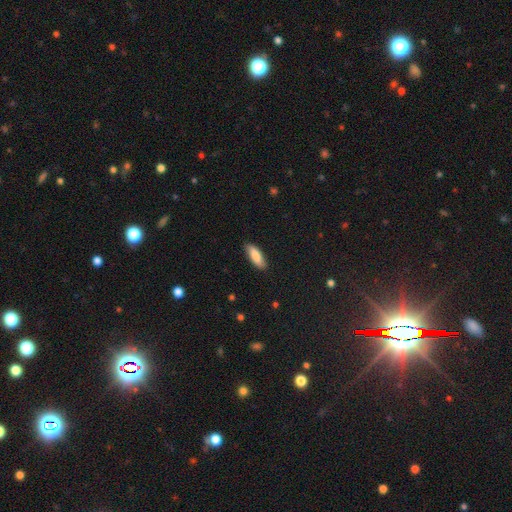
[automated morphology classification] This appears to be a smooth galaxy with no disk features (83%) that is in between round and cigar-shaped (62%). Merging: none (87%).